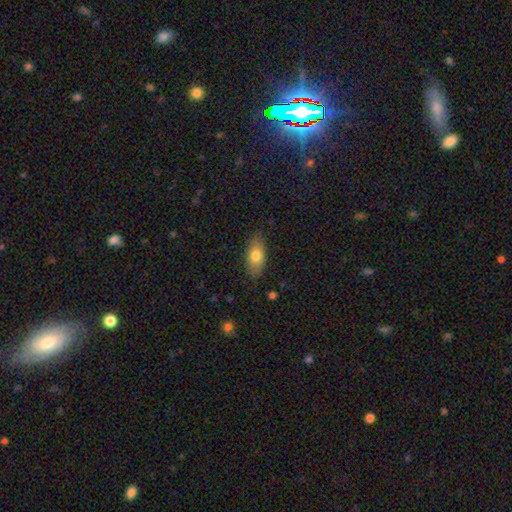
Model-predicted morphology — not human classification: A smooth galaxy with no disk features (76%) that is in between round and cigar-shaped (86%).

Vote fractions:
- Smooth or featured? smooth: 76% / featured or disk: 17% / star or artifact: 7%
- How rounded? in between: 86% / cigar-shaped: 10% / round: 4%
- Merging? none: 83% / minor disturbance: 13% / major disturbance: 3% / merger: 1%